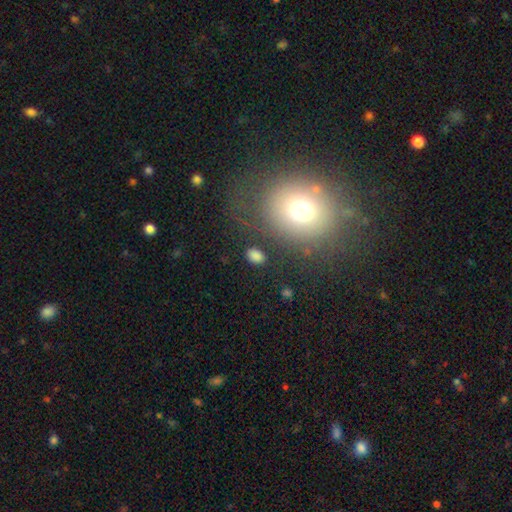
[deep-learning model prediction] The model was most divided on "how rounded": in between: 79%, round: 19%, cigar-shaped: 2%. More confident: merging — none (84%); smooth or featured — smooth (83%).